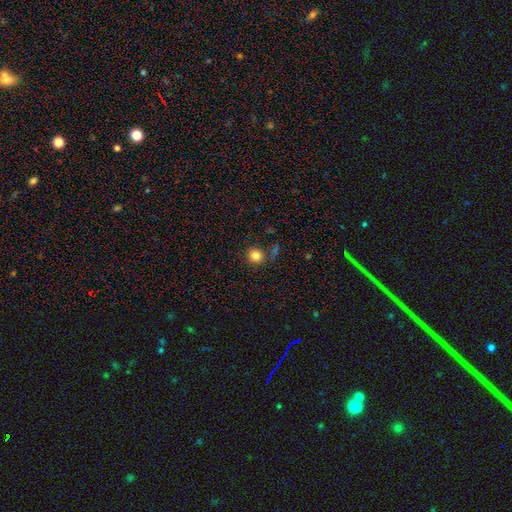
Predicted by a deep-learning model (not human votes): This is clearly a smooth galaxy (83%). How rounded: clearly round (90%). Merging: clearly none (82%).